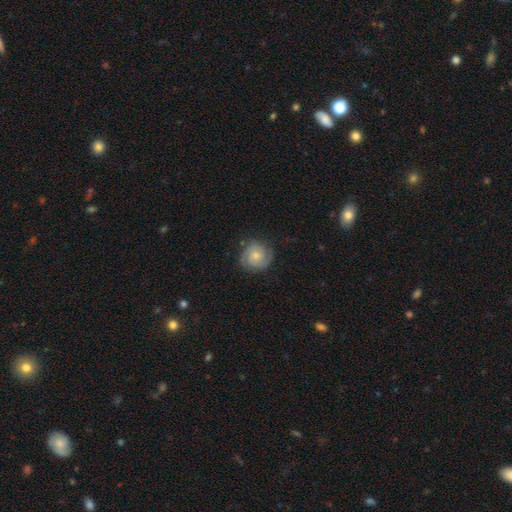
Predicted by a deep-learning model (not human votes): Smooth or featured? featured or disk (54%)
Edge-on disk? no (98%)
Bar? no (79%)
Spiral arms? yes (89%)
Bulge size? small (49%)
Merging? none (76%)